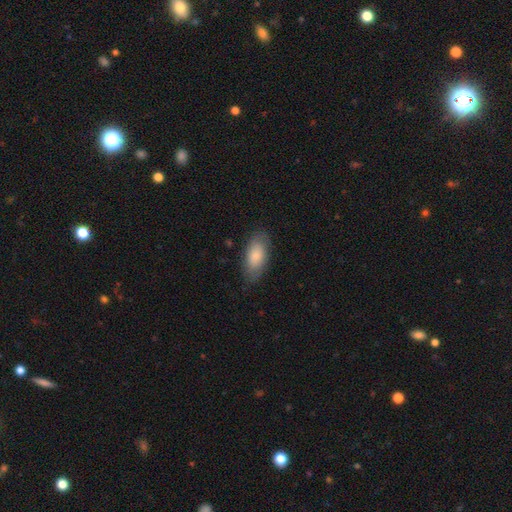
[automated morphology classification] Smooth or featured?
  - smooth: 79% *
  - featured or disk: 15%
  - star or artifact: 6%
How rounded?
  - in between: 92% *
  - cigar-shaped: 5%
  - round: 3%
Merging?
  - none: 79% *
  - minor disturbance: 16%
  - major disturbance: 4%
  - merger: 1%